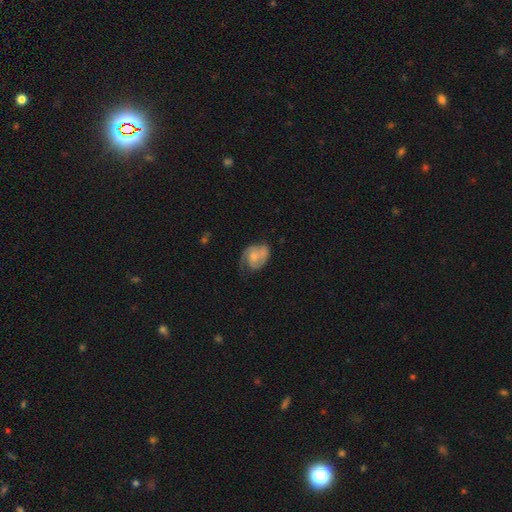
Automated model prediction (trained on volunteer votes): Overall: featured or disk (60%; smooth 33%). Edge-on disk: no (97%). Bar: no (72%). Spiral arms: yes (86%). Spiral arm count: 2 (55%; 1 20%). Spiral winding: medium (42%; tight 37%). Bulge size: small (46%; moderate 36%). Merging: none (46%; minor disturbance 30%).